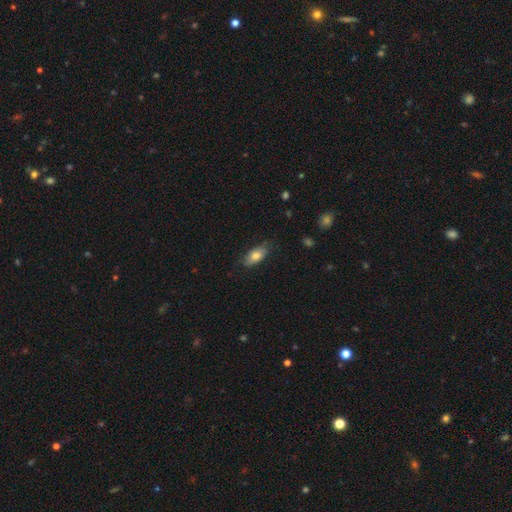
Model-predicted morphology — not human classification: Smooth or featured? Predicted: smooth (p=0.77). How rounded? Predicted: in between (p=0.87). Merging? Predicted: none (p=0.75).